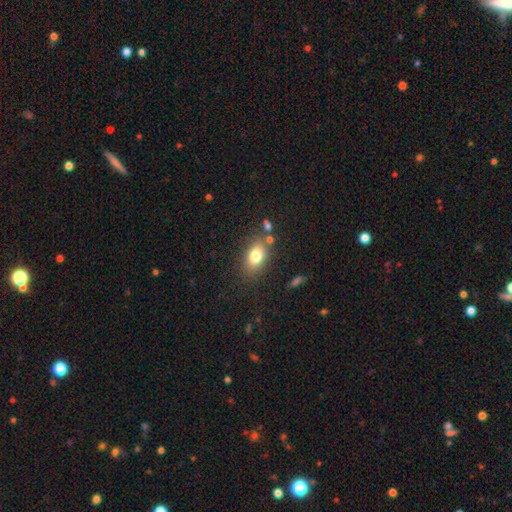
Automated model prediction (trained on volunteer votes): Smooth or featured: smooth — 78% (featured or disk — 12%)
How rounded: in between — 81% (round — 16%)
Merging: none — 76% (minor disturbance — 14%)